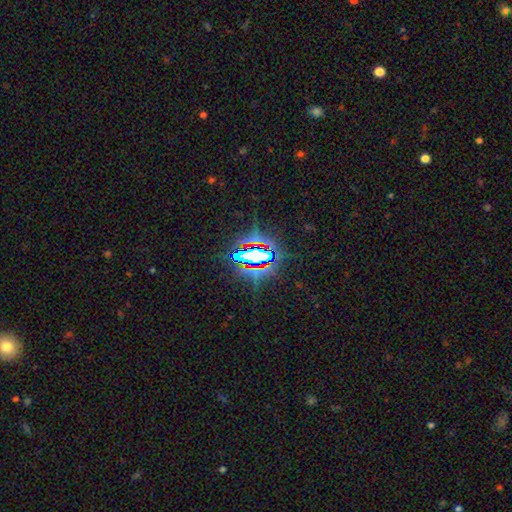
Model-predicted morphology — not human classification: This is likely a star or artifact rather than a galaxy (74%).